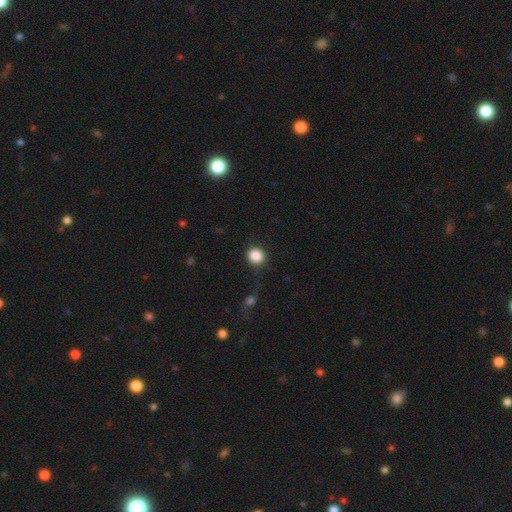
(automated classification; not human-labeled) This appears to be a smooth galaxy with no disk features (87%) that is round (89%). Merging: none (79%).